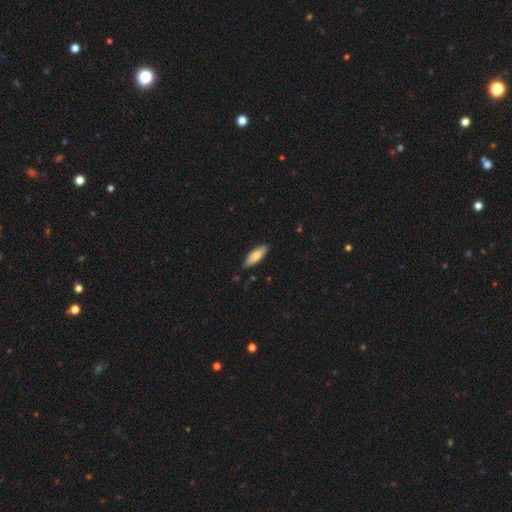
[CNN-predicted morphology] This is likely a smooth galaxy (79%). How rounded: likely in between (63%). Merging: clearly none (84%).